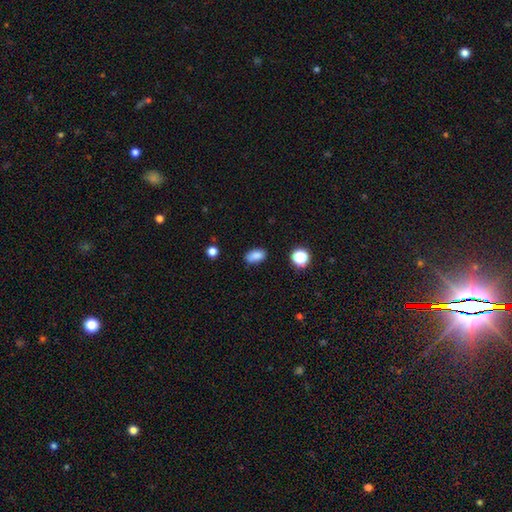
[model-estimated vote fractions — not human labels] Morphology: type=smooth (86%); roundness=in between (90%); merging=none (84%).